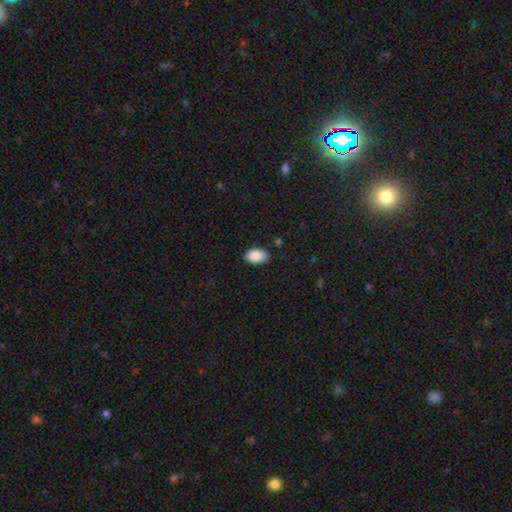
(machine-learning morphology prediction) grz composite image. It shows a smooth galaxy with no disk features (89%) that is in between round and cigar-shaped (92%). Merging: none (85%).